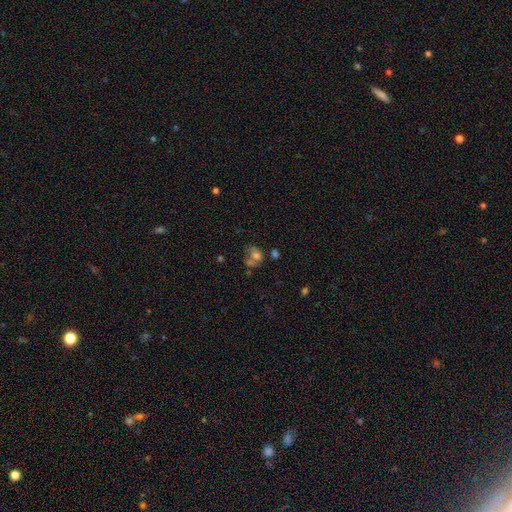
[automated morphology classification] Smooth or featured? Predicted: smooth (p=0.61). How rounded? Predicted: round (p=0.50). Merging? Predicted: merger (p=0.40).